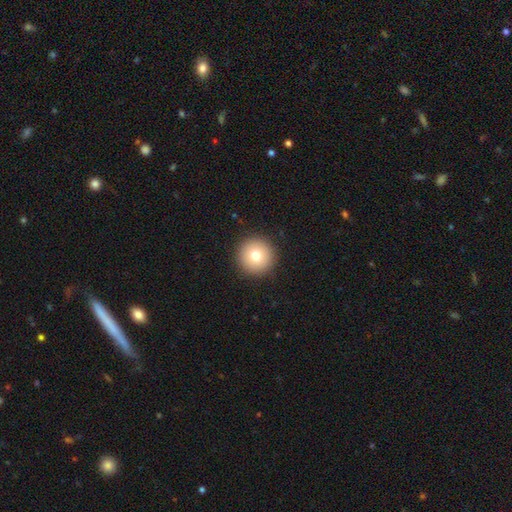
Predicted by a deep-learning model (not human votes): smooth_or_featured: smooth (p=0.75) [alt: featured or disk p=0.13]
how_rounded: round (p=0.96) [alt: in between p=0.03]
merging: none (p=0.93) [alt: minor disturbance p=0.05]